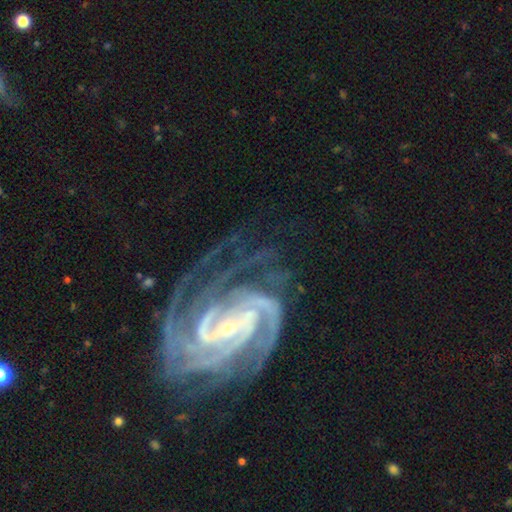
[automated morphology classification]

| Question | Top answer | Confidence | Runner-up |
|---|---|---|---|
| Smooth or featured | featured or disk | 92% | star or artifact (6%) |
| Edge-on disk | no | 97% | yes (3%) |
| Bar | strong | 46% | weak (35%) |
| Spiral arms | yes | 99% | no (1%) |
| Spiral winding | tight | 66% | medium (30%) |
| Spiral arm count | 3 | 25% | 4 (24%) |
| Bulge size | small | 69% | moderate (26%) |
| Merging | none | 61% | minor disturbance (20%) |